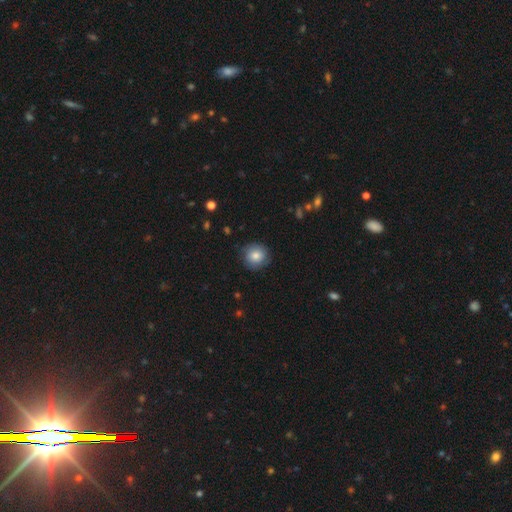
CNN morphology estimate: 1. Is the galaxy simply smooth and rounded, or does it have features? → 80% smooth, 12% featured or disk, 8% star or artifact.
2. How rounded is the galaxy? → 91% round, 8% in between, 1% cigar-shaped.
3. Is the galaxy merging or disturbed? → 83% none, 13% minor disturbance, 3% major disturbance, 1% merger.